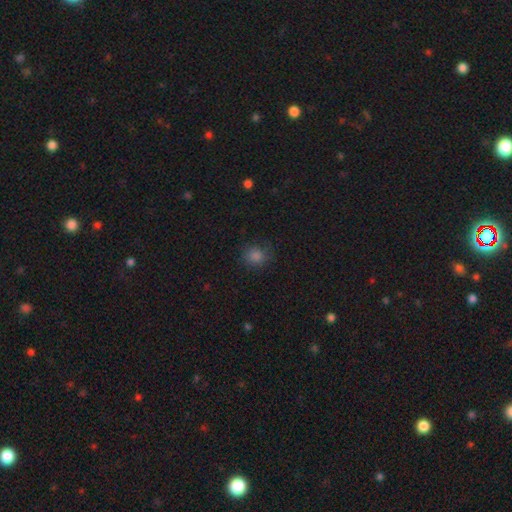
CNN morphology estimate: Smooth or featured? smooth (80%)
How rounded? round (82%)
Merging? none (83%)